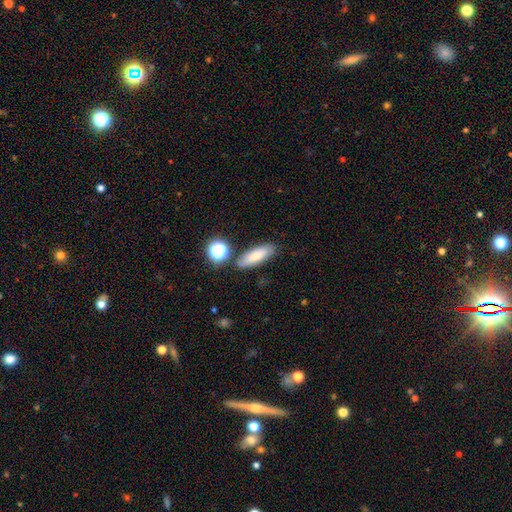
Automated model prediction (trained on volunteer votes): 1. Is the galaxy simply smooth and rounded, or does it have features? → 77% smooth, 13% featured or disk, 10% star or artifact.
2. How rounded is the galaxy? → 57% in between, 38% cigar-shaped, 4% round.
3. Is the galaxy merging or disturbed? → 78% none, 13% minor disturbance, 6% merger, 3% major disturbance.